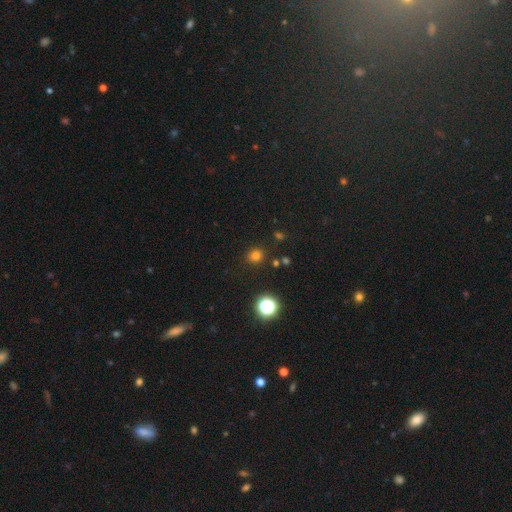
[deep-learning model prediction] A smooth galaxy with no disk features (74%) that is round (85%).

Vote fractions:
- Smooth or featured? smooth: 74% / star or artifact: 21% / featured or disk: 5%
- How rounded? round: 85% / in between: 14% / cigar-shaped: 1%
- Merging? none: 86% / minor disturbance: 8% / merger: 3% / major disturbance: 3%